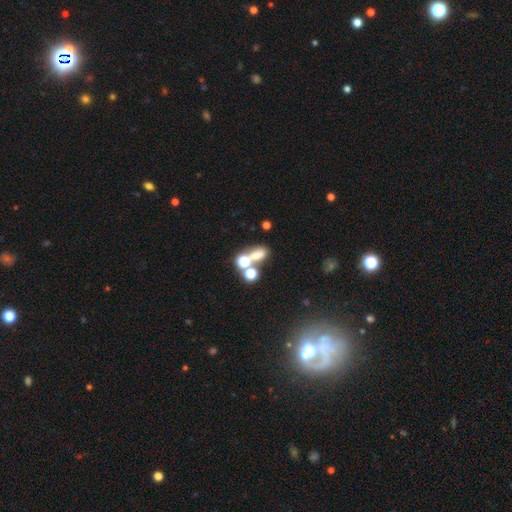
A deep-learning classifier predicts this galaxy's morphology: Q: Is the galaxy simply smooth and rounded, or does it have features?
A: smooth — 59%.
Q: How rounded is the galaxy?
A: in between — 55%.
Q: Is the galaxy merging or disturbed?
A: merger — 47%.